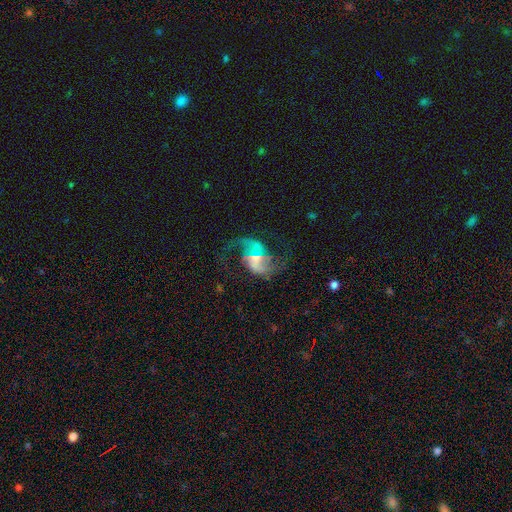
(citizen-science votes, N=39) Smooth or featured? 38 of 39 (97%) said featured or disk. Edge-on disk? 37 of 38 (97%) said no. Bar? 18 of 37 (49%) said strong. Spiral arms? 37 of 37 (100%) said yes. Spiral winding? 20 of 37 (54%) said medium. Spiral arm count? 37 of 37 (100%) said 2. Bulge size? 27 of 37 (73%) said moderate. Merging? 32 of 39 (82%) said none.